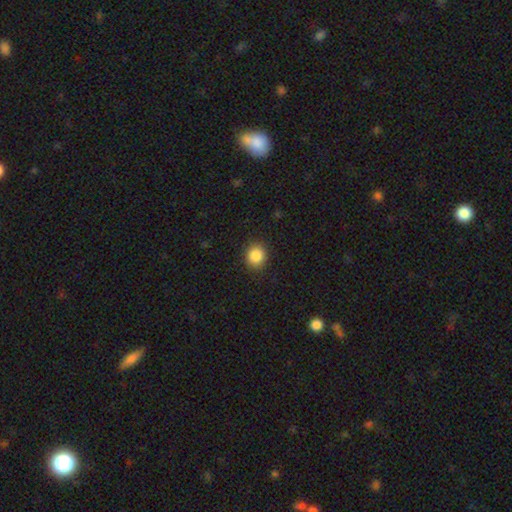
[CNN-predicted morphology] smooth-or-featured: smooth: 86% | star or artifact: 10% | featured or disk: 4%
  how-rounded: round: 80% | in between: 19% | cigar-shaped: 1%
  merging: none: 90% | minor disturbance: 7% | major disturbance: 2% | merger: 1%